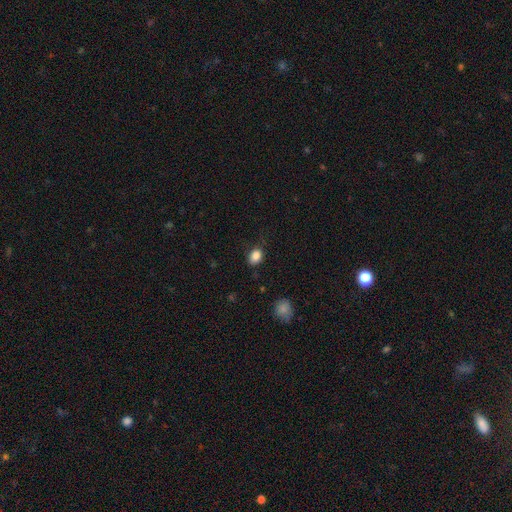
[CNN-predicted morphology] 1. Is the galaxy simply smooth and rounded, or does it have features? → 86% smooth, 10% star or artifact, 4% featured or disk.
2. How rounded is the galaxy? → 66% in between, 33% round, 1% cigar-shaped.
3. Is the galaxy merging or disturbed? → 76% none, 19% minor disturbance, 4% major disturbance, 1% merger.